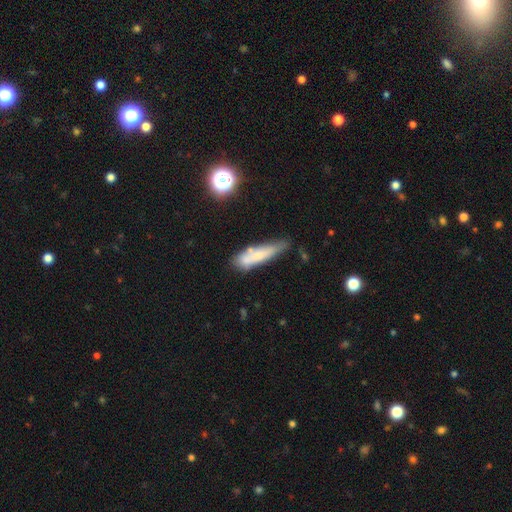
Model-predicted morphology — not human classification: This is likely a smooth galaxy (63%). How rounded: likely cigar-shaped (72%). Merging: possibly none (47%).